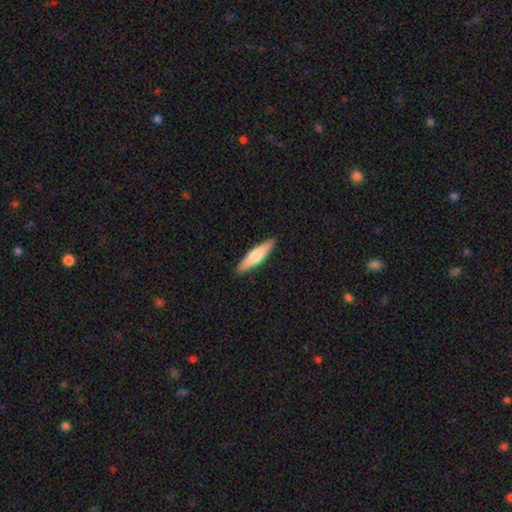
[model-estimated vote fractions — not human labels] Overall: smooth (69%). How rounded: cigar-shaped (73%). Merging: none (90%).